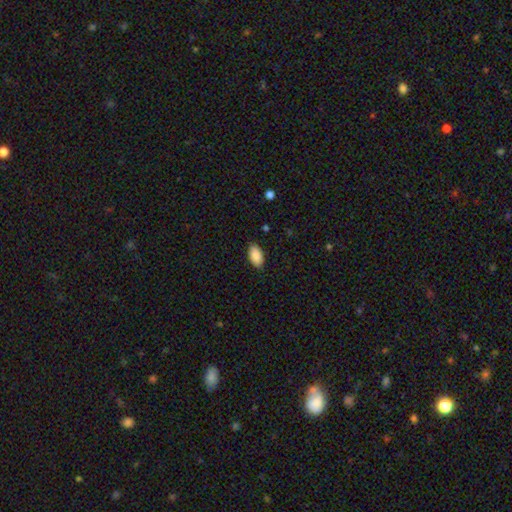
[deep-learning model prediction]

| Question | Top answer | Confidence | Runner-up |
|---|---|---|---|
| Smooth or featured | smooth | 89% | star or artifact (7%) |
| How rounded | in between | 95% | round (3%) |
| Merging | none | 87% | minor disturbance (10%) |